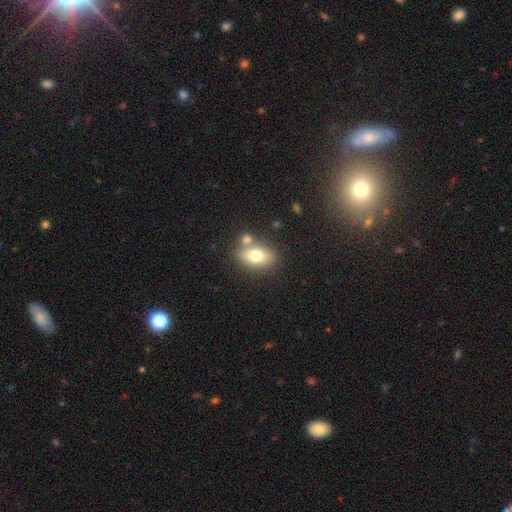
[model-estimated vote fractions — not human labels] Smooth or featured: smooth — 72% (featured or disk — 19%)
How rounded: in between — 77% (round — 20%)
Merging: none — 63% (merger — 21%)